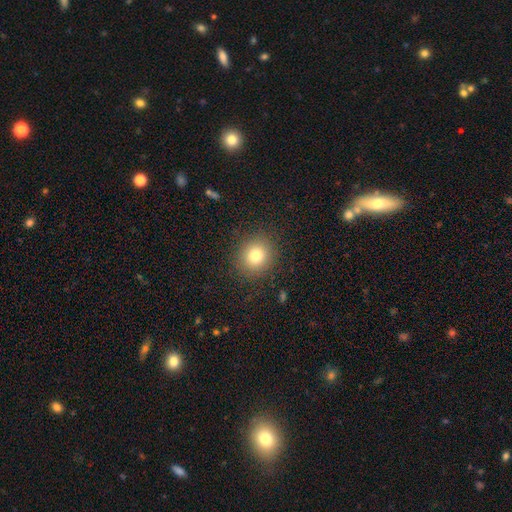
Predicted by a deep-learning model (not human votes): Morphology: type=smooth (79%); roundness=round (82%); merging=none (89%).